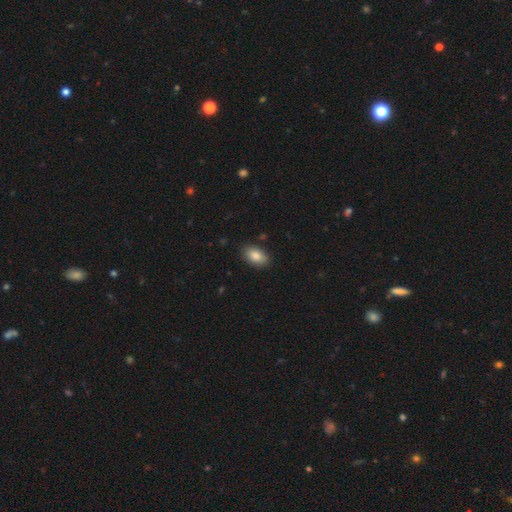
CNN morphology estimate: smooth-or-featured: smooth: 86% | star or artifact: 7% | featured or disk: 6%
  how-rounded: in between: 92% | round: 6% | cigar-shaped: 2%
  merging: none: 86% | minor disturbance: 11% | major disturbance: 2% | merger: 1%